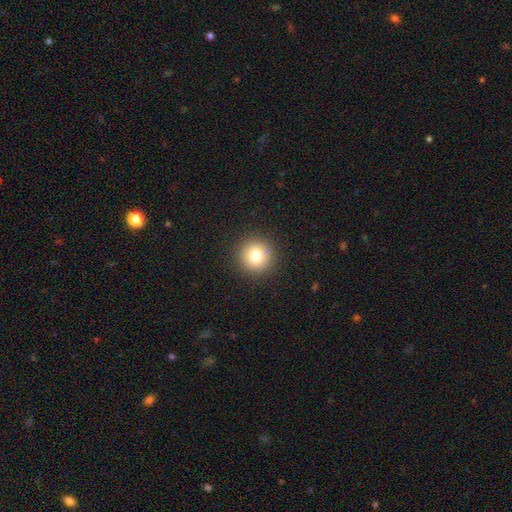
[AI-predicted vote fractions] The model was most divided on "smooth or featured": smooth: 79%, star or artifact: 12%, featured or disk: 9%. More confident: how rounded — round (94%); merging — none (91%).